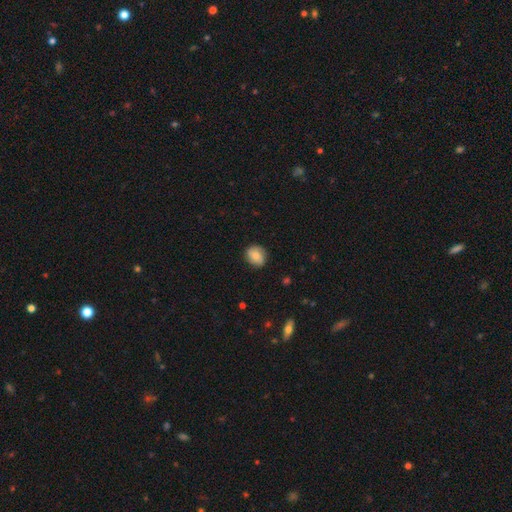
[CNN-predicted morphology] Q: Smooth or featured?
A: smooth (70%); runner-up: featured or disk (22%)
Q: How rounded?
A: round (64%); runner-up: in between (35%)
Q: Merging?
A: none (81%); runner-up: minor disturbance (15%)